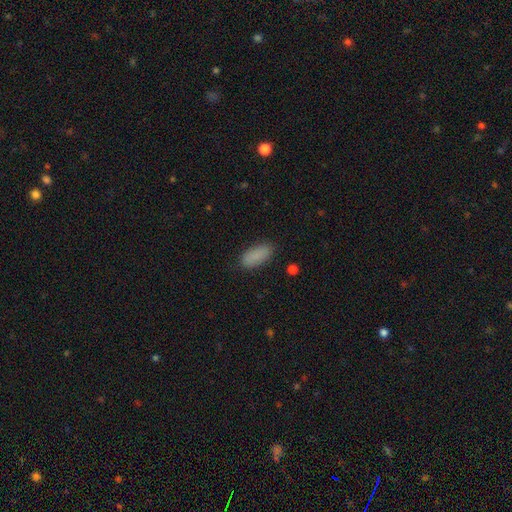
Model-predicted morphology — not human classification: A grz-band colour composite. It shows a smooth galaxy with no disk features (88%) that is in between round and cigar-shaped (84%). Merging: none (86%).